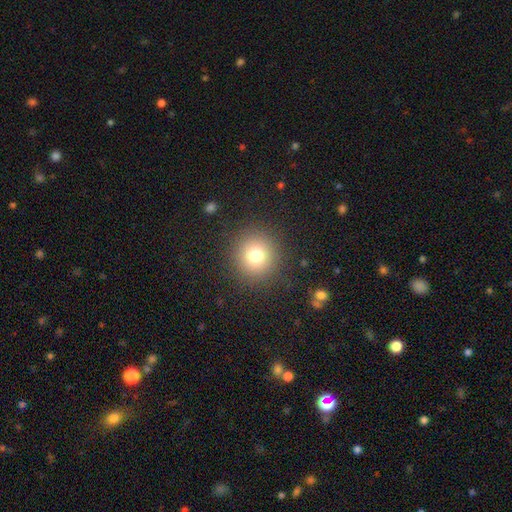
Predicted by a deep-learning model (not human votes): Smooth or featured? Predicted: smooth (p=0.76). How rounded? Predicted: round (p=0.93). Merging? Predicted: none (p=0.89).